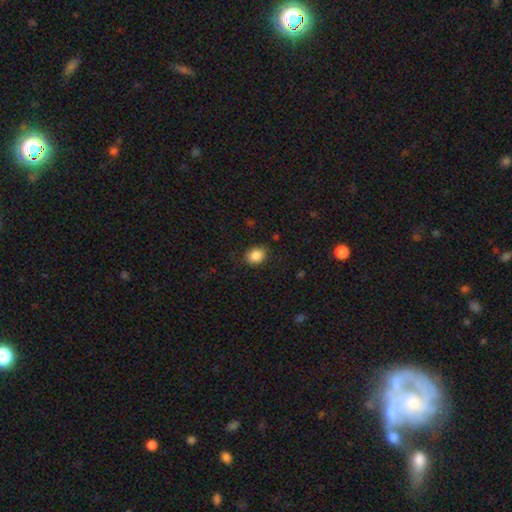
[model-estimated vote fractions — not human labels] Smooth or featured? smooth (87%)
How rounded? round (50%)
Merging? none (83%)